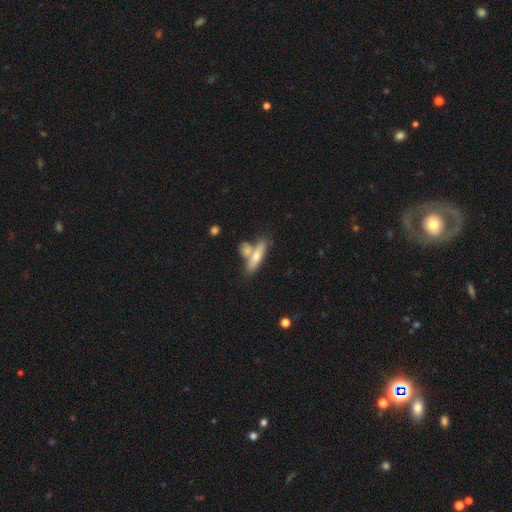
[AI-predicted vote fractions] Smooth or featured?
  - smooth: 55% *
  - featured or disk: 38%
  - star or artifact: 8%
How rounded?
  - cigar-shaped: 65% *
  - in between: 31%
  - round: 3%
Merging?
  - none: 51% *
  - merger: 33%
  - minor disturbance: 12%
  - major disturbance: 4%